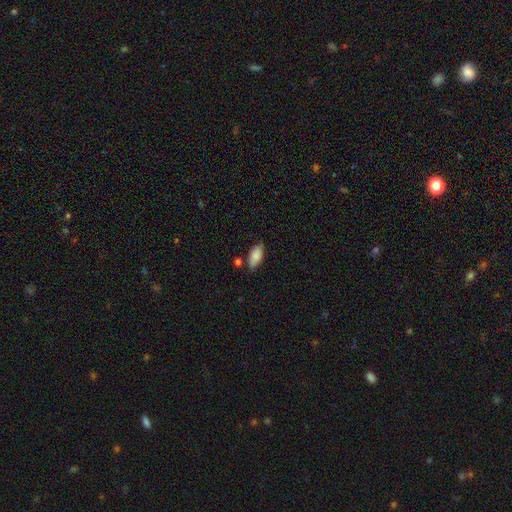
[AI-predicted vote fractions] Smooth or featured?
  - smooth: 85% *
  - featured or disk: 9%
  - star or artifact: 7%
How rounded?
  - in between: 88% *
  - cigar-shaped: 10%
  - round: 2%
Merging?
  - none: 73% *
  - minor disturbance: 18%
  - merger: 6%
  - major disturbance: 3%